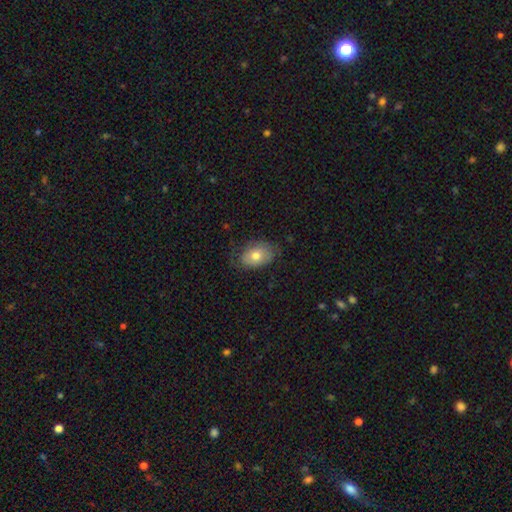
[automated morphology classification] smooth 67%, featured or disk 26%, star or artifact 7%. Down the decision tree: how rounded — in between (83%); merging — none (67%).